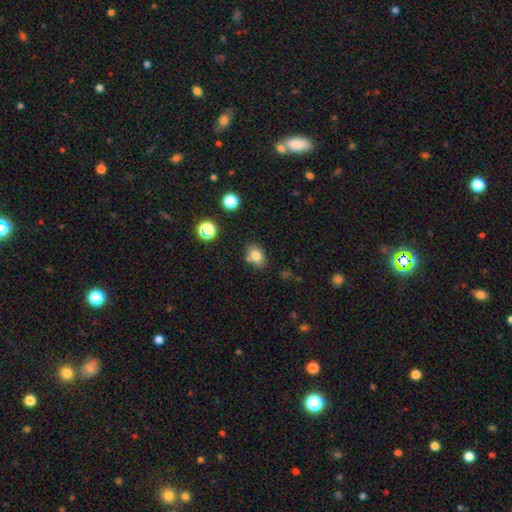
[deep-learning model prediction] Q: Smooth or featured?
A: smooth (79%); runner-up: star or artifact (12%)
Q: How rounded?
A: in between (71%); runner-up: round (28%)
Q: Merging?
A: none (75%); runner-up: minor disturbance (14%)